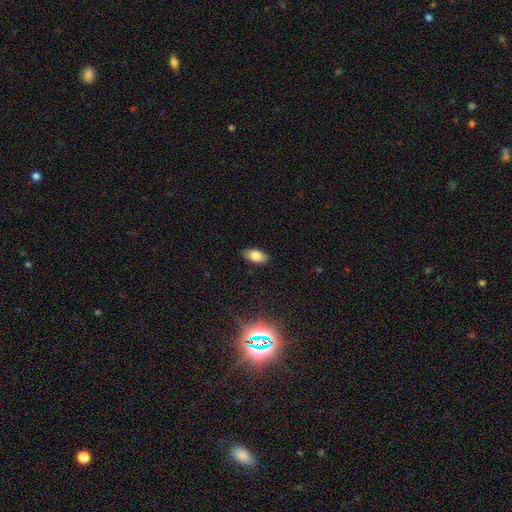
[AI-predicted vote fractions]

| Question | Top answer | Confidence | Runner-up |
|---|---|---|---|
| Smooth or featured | smooth | 81% | featured or disk (10%) |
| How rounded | in between | 93% | cigar-shaped (4%) |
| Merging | none | 87% | minor disturbance (10%) |